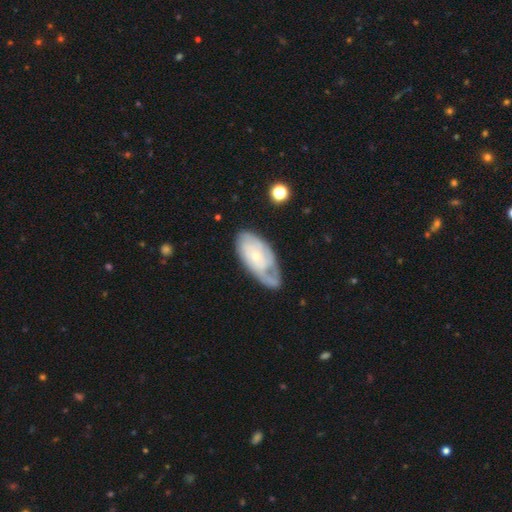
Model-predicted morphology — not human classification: A featured or disk galaxy (64%) with no bar (78%), spiral arms (78%) and a small central bulge (69%). Merging: none (50%).